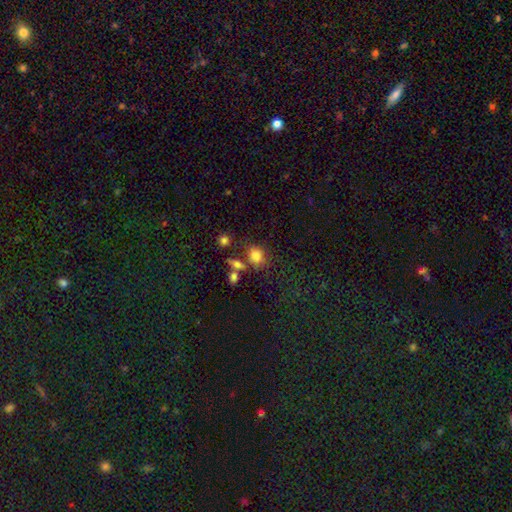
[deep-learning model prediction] Smooth or featured? smooth (79%)
How rounded? round (50%)
Merging? none (61%)